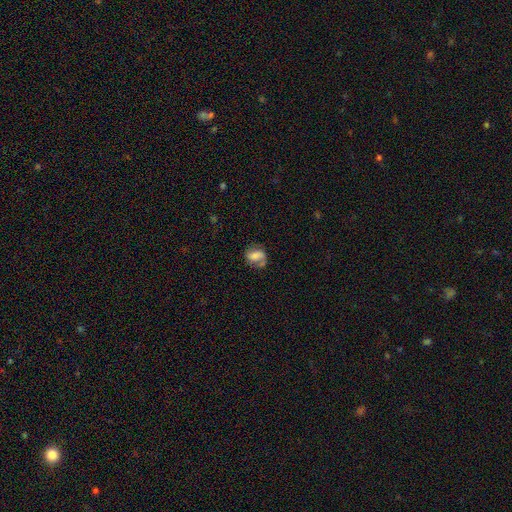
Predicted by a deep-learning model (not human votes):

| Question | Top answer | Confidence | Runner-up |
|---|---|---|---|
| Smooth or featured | smooth | 53% | featured or disk (38%) |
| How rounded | in between | 63% | round (34%) |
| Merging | none | 50% | minor disturbance (26%) |